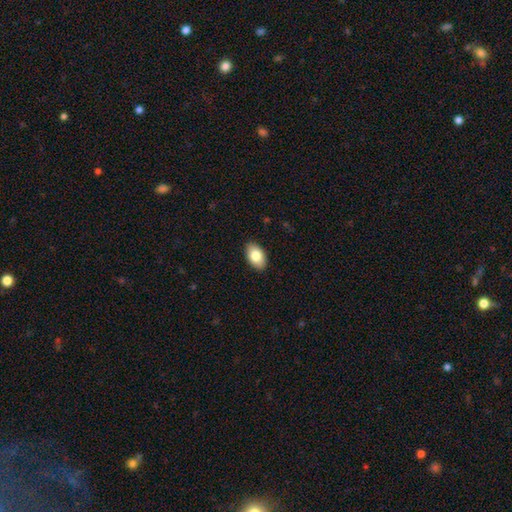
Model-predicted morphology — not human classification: This appears to be a smooth galaxy with no disk features (83%) that is in between round and cigar-shaped (93%). Merging: none (89%).